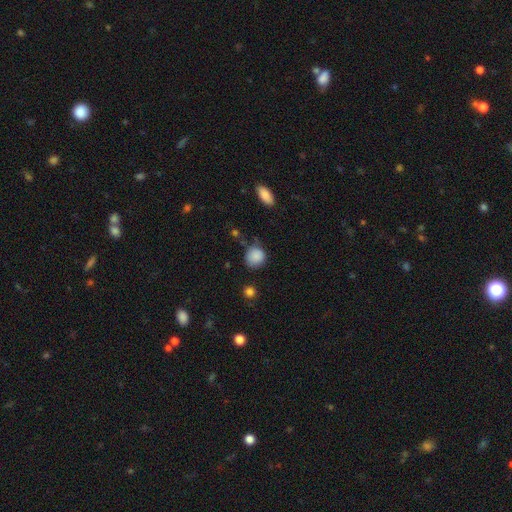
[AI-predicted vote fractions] smooth 86%, star or artifact 8%, featured or disk 5%. Down the decision tree: how rounded — round (83%); merging — none (63%).